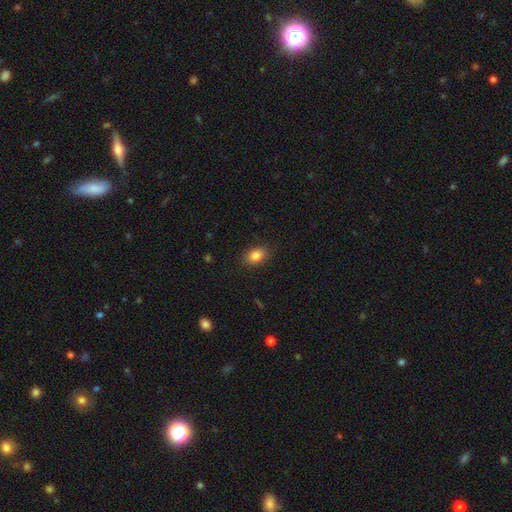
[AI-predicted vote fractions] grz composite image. It shows a smooth galaxy with no disk features (84%) that is in between round and cigar-shaped (80%). Merging: none (86%).